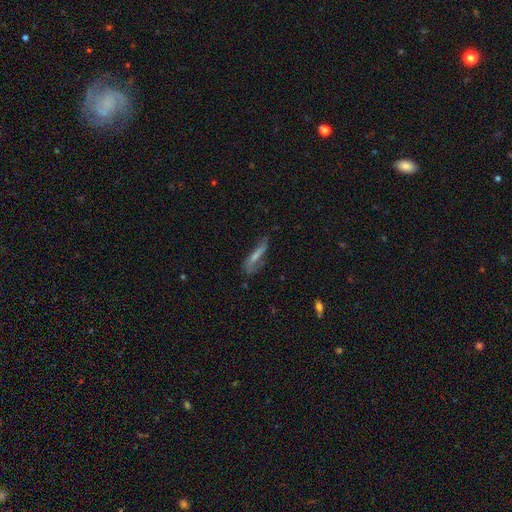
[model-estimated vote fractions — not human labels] Smooth or featured: smooth — 51% (featured or disk — 41%)
How rounded: cigar-shaped — 77% (in between — 21%)
Merging: none — 53% (minor disturbance — 28%)